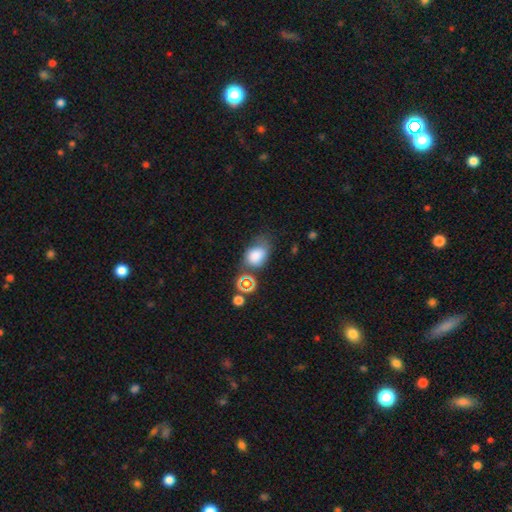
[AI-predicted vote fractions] A smooth galaxy with no disk features (78%) that is in between round and cigar-shaped (72%). Merging: none (46%).